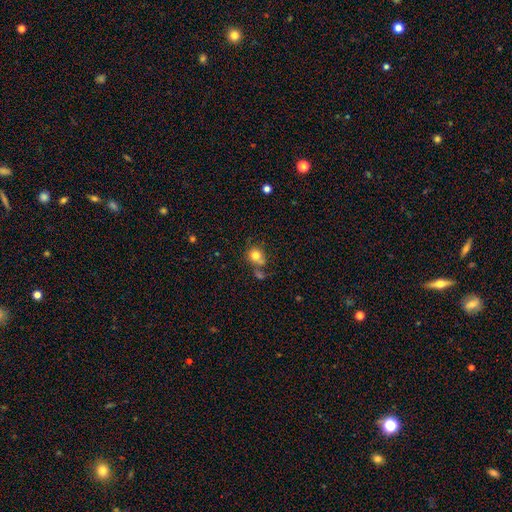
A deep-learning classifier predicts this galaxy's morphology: Q: Smooth or featured?
A: smooth (80%); runner-up: star or artifact (10%)
Q: How rounded?
A: round (76%); runner-up: in between (23%)
Q: Merging?
A: none (51%); runner-up: merger (23%)